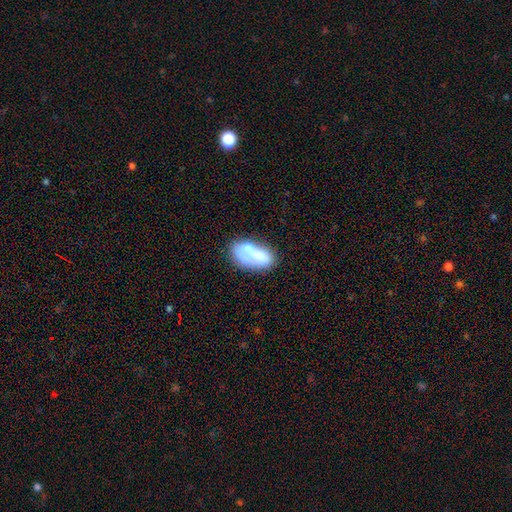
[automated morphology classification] smooth-or-featured: smooth: 64% | featured or disk: 27% | star or artifact: 9%
  how-rounded: in between: 90% | round: 6% | cigar-shaped: 4%
  merging: merger: 41% | none: 29% | minor disturbance: 18% | major disturbance: 12%